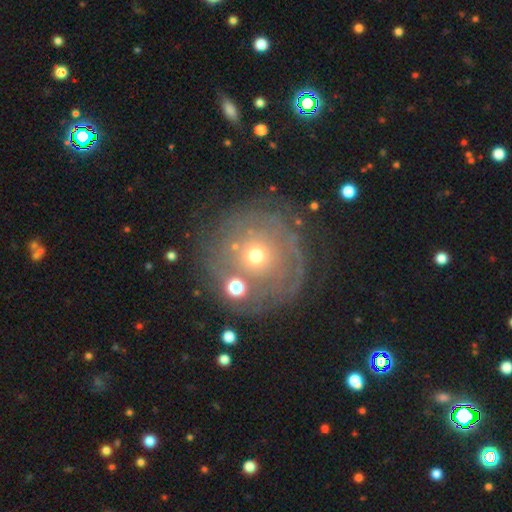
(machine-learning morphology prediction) featured or disk 51%, smooth 35%, star or artifact 15%. Down the decision tree: edge-on disk — no (96%); merging — none (65%).